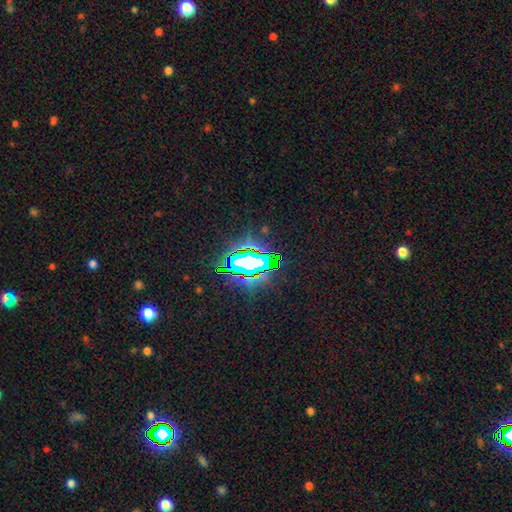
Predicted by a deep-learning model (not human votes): star or artifact 80%, smooth 12%, featured or disk 8%.